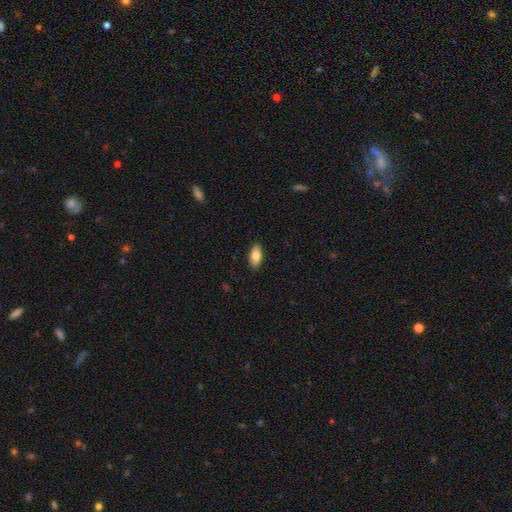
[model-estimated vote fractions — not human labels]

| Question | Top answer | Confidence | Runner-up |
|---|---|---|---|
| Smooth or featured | smooth | 80% | featured or disk (14%) |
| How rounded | in between | 89% | cigar-shaped (8%) |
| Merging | none | 89% | minor disturbance (8%) |